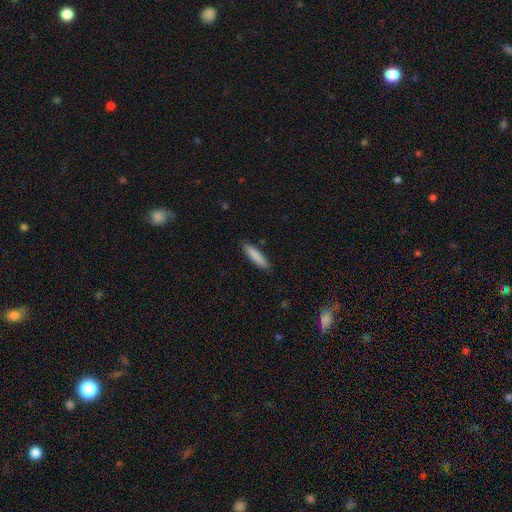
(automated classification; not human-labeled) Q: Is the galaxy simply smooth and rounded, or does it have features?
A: smooth — 87%.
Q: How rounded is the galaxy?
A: cigar-shaped — 77%.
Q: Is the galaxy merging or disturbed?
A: none — 88%.